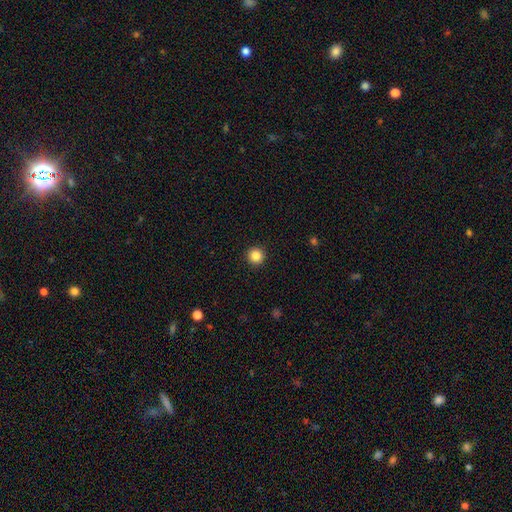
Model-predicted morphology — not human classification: This appears to be a smooth galaxy with no disk features (85%) that is round (96%). Merging: none (93%).